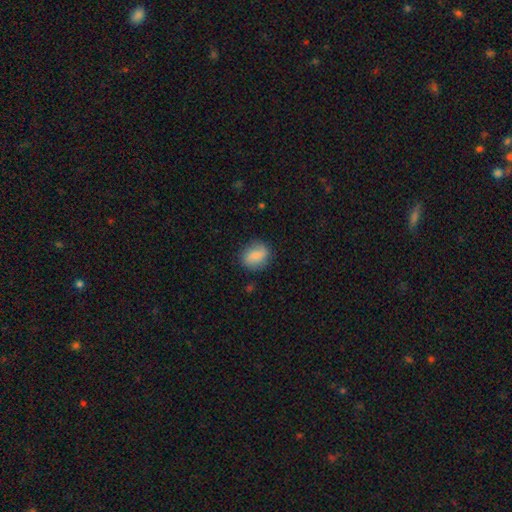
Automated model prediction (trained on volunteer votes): smooth-or-featured: smooth: 81% | featured or disk: 12% | star or artifact: 7%
  how-rounded: round: 50% | in between: 48% | cigar-shaped: 2%
  merging: none: 80% | minor disturbance: 14% | major disturbance: 4% | merger: 1%